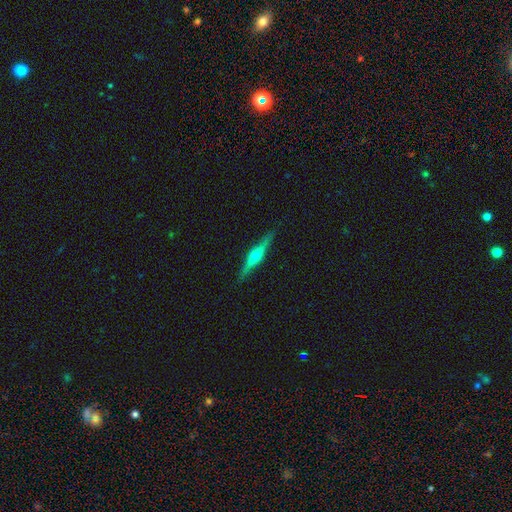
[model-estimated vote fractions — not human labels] This is likely a featured or disk galaxy (73%). It is clearly viewed edge-on (97%). Edge-on bulge: clearly rounded (92%). Merging: clearly none (90%).